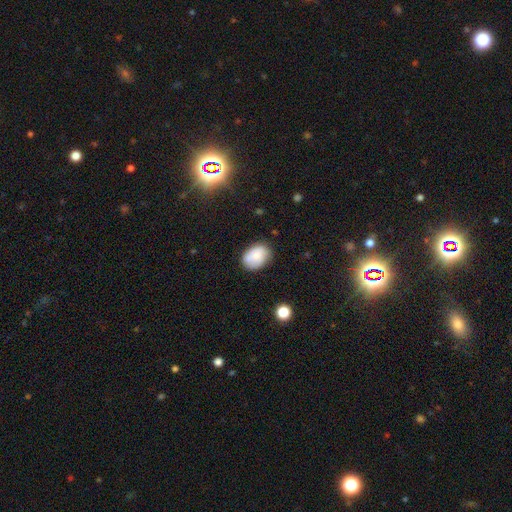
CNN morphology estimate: This is likely a smooth galaxy (79%). How rounded: likely in between (76%). Merging: likely none (73%).